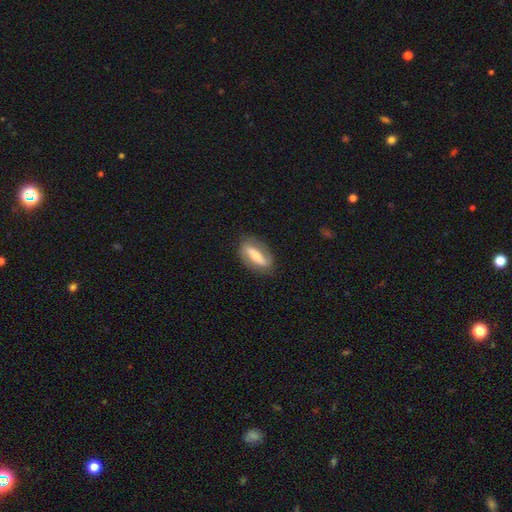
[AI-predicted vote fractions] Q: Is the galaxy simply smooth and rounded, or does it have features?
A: featured or disk — 59%.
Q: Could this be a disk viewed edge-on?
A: no — 73%.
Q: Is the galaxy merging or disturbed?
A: none — 82%.